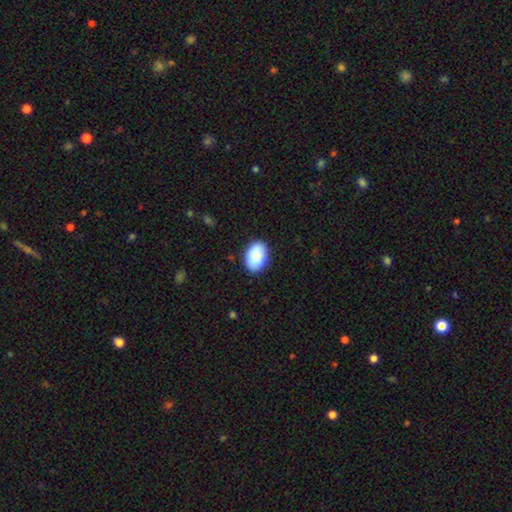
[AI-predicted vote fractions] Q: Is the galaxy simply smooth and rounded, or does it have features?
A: smooth — 89%.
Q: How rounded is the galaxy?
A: in between — 88%.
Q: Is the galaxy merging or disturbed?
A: none — 86%.